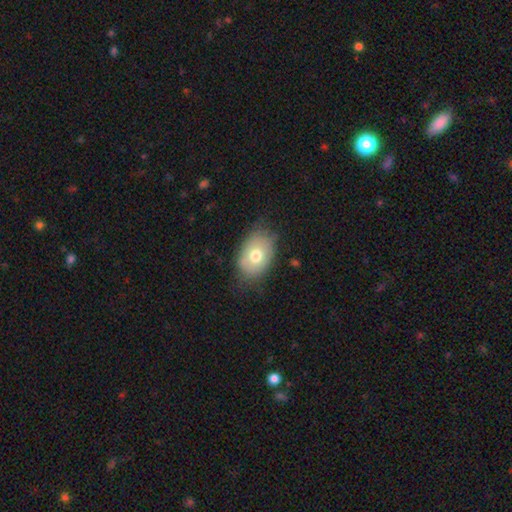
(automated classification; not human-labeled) A smooth galaxy with no disk features (69%) that is in between round and cigar-shaped (82%). Merging: none (73%).